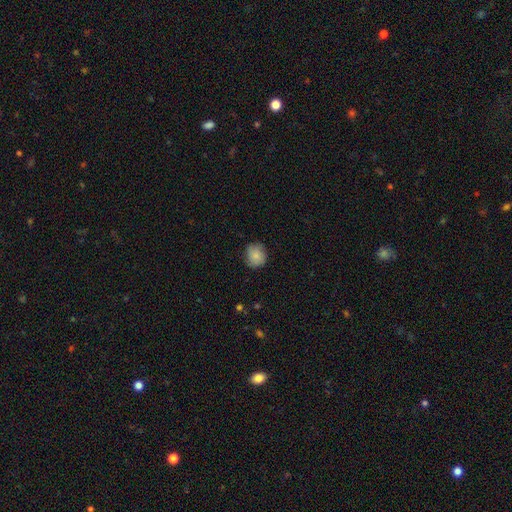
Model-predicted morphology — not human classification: This is clearly a smooth galaxy (81%). How rounded: clearly round (82%). Merging: likely none (76%).